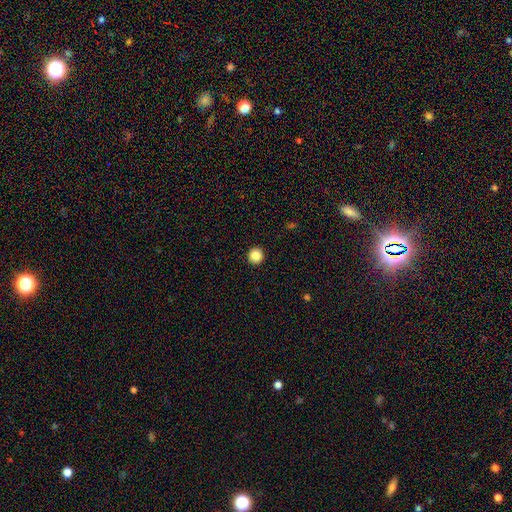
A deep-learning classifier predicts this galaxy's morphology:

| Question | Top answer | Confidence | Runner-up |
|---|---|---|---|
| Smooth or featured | smooth | 86% | star or artifact (10%) |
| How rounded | round | 96% | in between (4%) |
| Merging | none | 94% | minor disturbance (4%) |